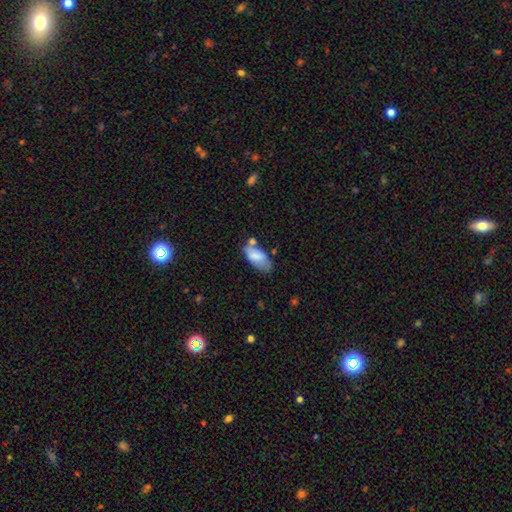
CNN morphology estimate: Smooth or featured?
  - smooth: 76% *
  - featured or disk: 17%
  - star or artifact: 7%
How rounded?
  - in between: 91% *
  - cigar-shaped: 6%
  - round: 3%
Merging?
  - none: 42% *
  - minor disturbance: 29%
  - merger: 19%
  - major disturbance: 11%